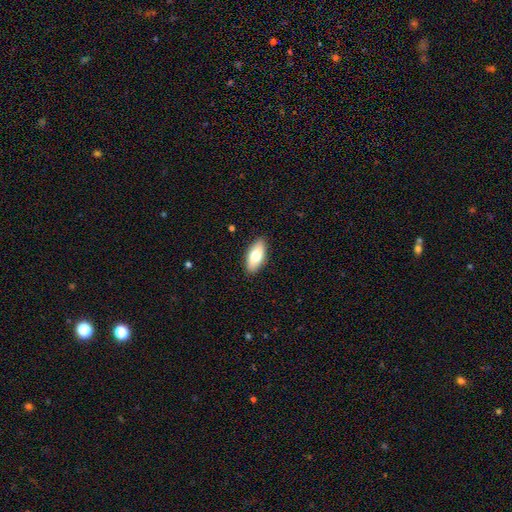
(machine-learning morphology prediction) This appears to be a smooth galaxy with no disk features (75%) that is in between round and cigar-shaped (87%). Merging: none (89%).